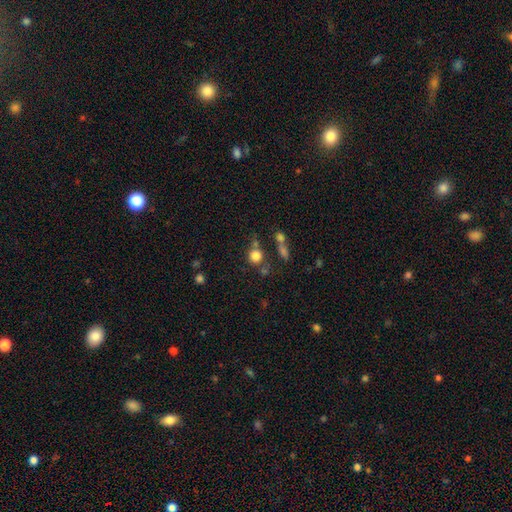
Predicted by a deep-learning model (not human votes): A smooth galaxy with no disk features (80%) that is round (90%).

Vote fractions:
- Smooth or featured? smooth: 80% / star or artifact: 13% / featured or disk: 7%
- How rounded? round: 90% / in between: 9% / cigar-shaped: 1%
- Merging? none: 66% / merger: 19% / minor disturbance: 10% / major disturbance: 5%